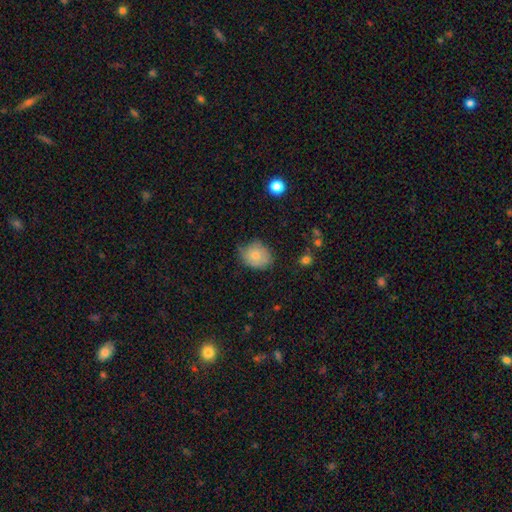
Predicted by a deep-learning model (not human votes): Smooth or featured? Predicted: smooth (p=0.76). How rounded? Predicted: round (p=0.62). Merging? Predicted: none (p=0.60).